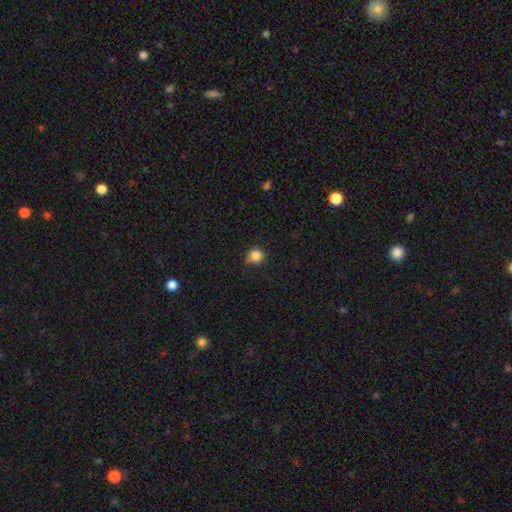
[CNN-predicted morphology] This appears to be a smooth galaxy with no disk features (84%) that is round (88%). Merging: none (66%).